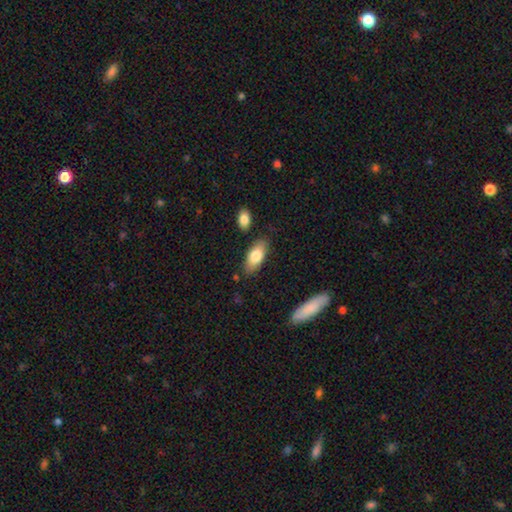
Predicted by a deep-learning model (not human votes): Q: Smooth or featured?
A: smooth (78%); runner-up: featured or disk (16%)
Q: How rounded?
A: in between (86%); runner-up: cigar-shaped (12%)
Q: Merging?
A: none (80%); runner-up: minor disturbance (13%)